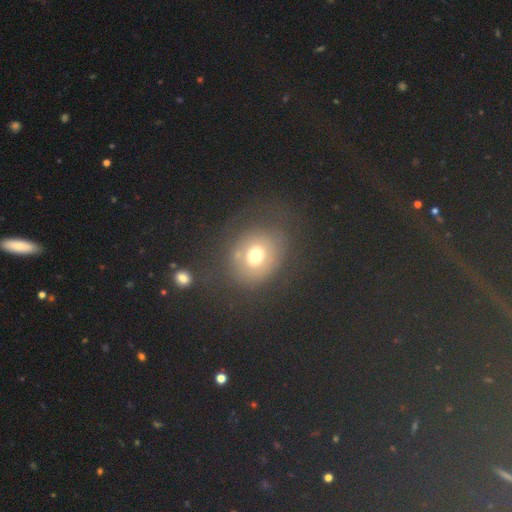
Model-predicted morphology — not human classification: type=smooth (60%); roundness=round (70%); merging=none (67%).